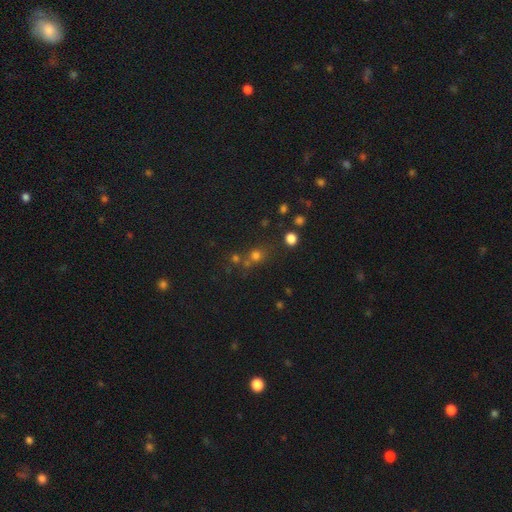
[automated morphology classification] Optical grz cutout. It shows a smooth galaxy with no disk features (62%) that is round (84%). Merging: none (61%).